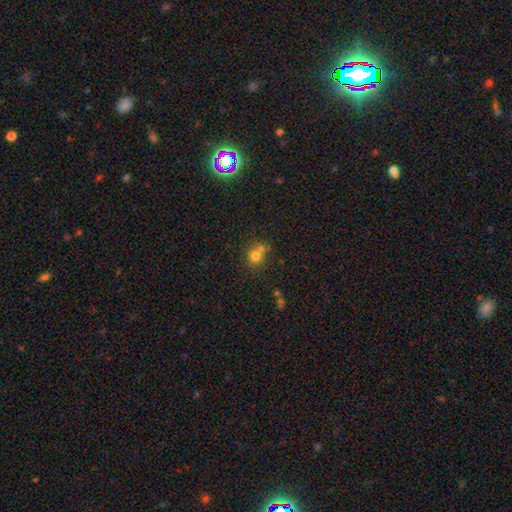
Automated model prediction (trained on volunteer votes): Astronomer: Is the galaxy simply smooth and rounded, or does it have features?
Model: smooth — 73%.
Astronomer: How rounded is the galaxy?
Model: round — 84%.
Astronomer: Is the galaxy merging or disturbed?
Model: none — 50% (runner-up: merger, 37%).